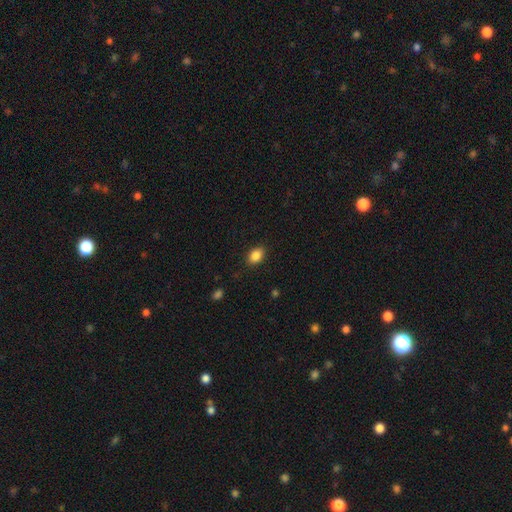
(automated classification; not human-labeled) A smooth galaxy with no disk features (87%) that is in between round and cigar-shaped (76%).

Vote fractions:
- Smooth or featured? smooth: 87% / star or artifact: 9% / featured or disk: 5%
- How rounded? in between: 76% / round: 22% / cigar-shaped: 1%
- Merging? none: 87% / minor disturbance: 9% / major disturbance: 3% / merger: 1%